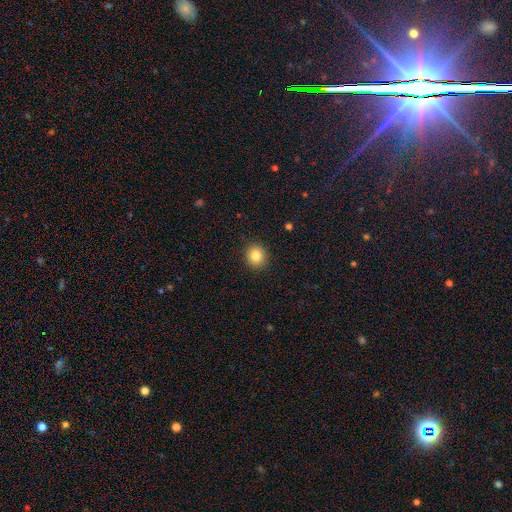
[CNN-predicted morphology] smooth_or_featured: smooth (p=0.83) [alt: star or artifact p=0.10]
how_rounded: round (p=0.86) [alt: in between p=0.13]
merging: none (p=0.90) [alt: minor disturbance p=0.07]